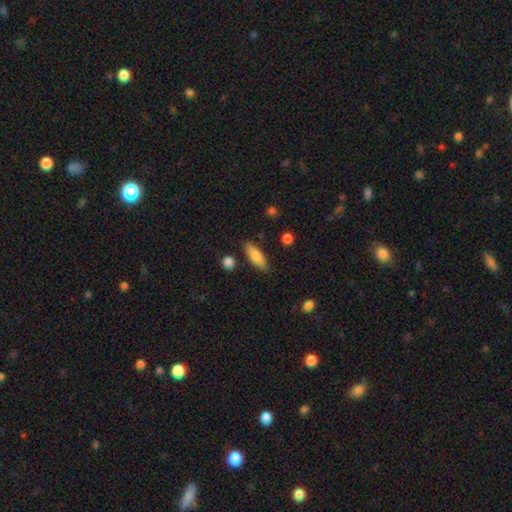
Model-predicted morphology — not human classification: Smooth or featured: smooth — 80% (featured or disk — 14%)
How rounded: in between — 54% (cigar-shaped — 43%)
Merging: none — 84% (minor disturbance — 10%)